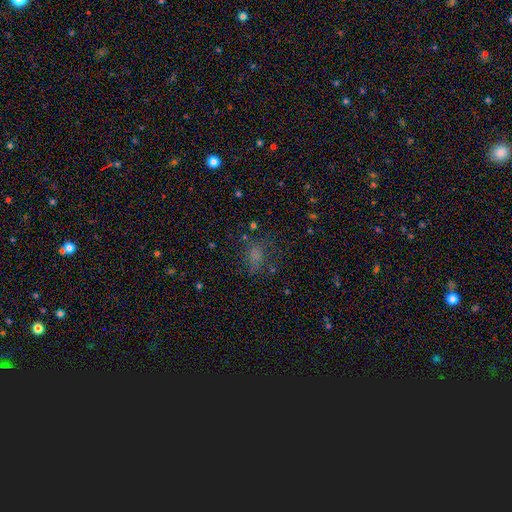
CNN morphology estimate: Overall: smooth (62%; star or artifact 24%). How rounded: in between (69%). Merging: none (55%; minor disturbance 21%).